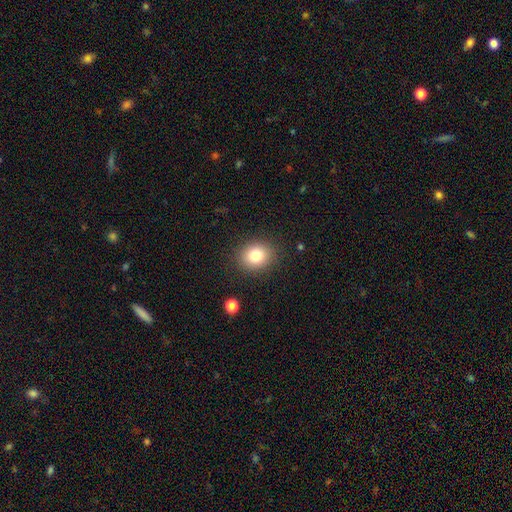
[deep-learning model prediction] Smooth or featured: smooth — 80% (star or artifact — 11%)
How rounded: round — 64% (in between — 35%)
Merging: none — 88% (minor disturbance — 8%)